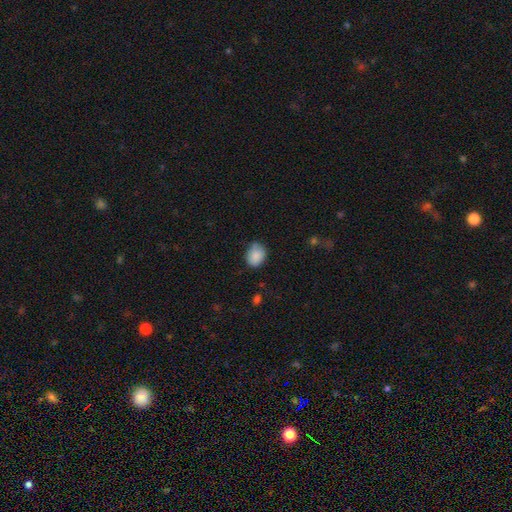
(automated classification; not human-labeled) The model was most divided on "how rounded": in between: 58%, round: 41%, cigar-shaped: 1%. More confident: smooth or featured — smooth (86%); merging — none (63%).